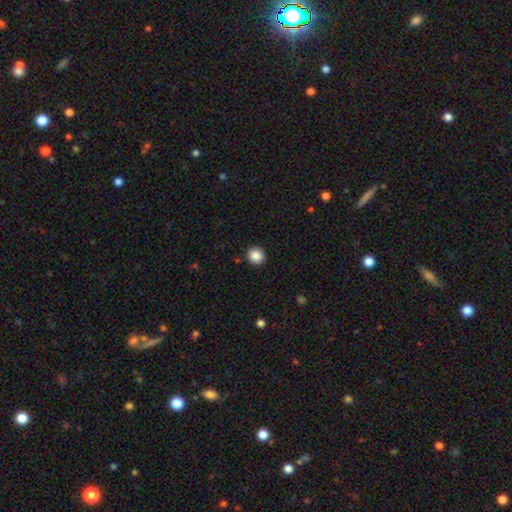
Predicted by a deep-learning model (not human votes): Q: Smooth or featured?
A: smooth (86%); runner-up: star or artifact (9%)
Q: How rounded?
A: round (93%); runner-up: in between (6%)
Q: Merging?
A: none (93%); runner-up: minor disturbance (4%)